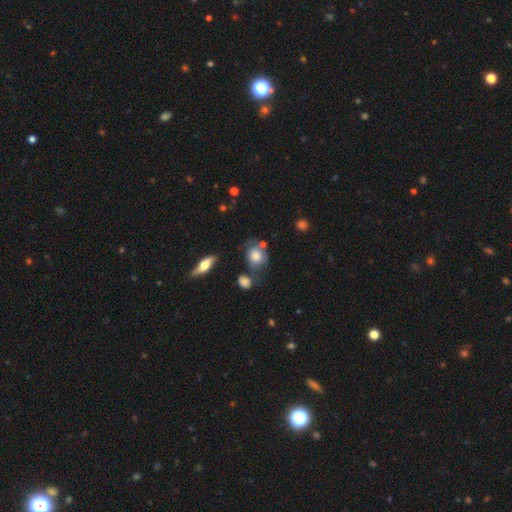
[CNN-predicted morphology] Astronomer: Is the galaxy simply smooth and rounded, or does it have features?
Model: smooth — 73%.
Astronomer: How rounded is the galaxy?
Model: round — 64%.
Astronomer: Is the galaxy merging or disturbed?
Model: none — 53%.